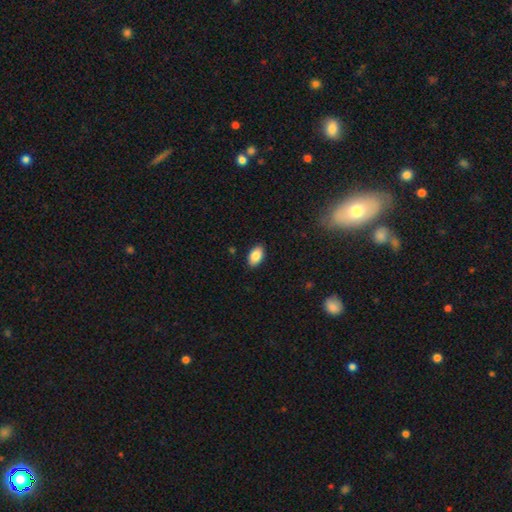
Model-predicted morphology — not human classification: This is clearly a smooth galaxy (86%). How rounded: clearly in between (93%). Merging: clearly none (88%).